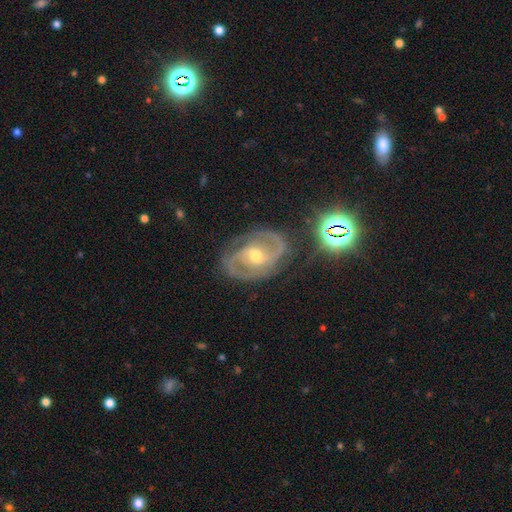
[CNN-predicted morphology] Overall: featured or disk (85%). Edge-on disk: no (96%). Bar: weak (42%; no 34%). Spiral arms: yes (96%). Spiral arm count: 2 (79%). Spiral winding: tight (45%, tied with medium). Bulge size: moderate (56%; small 39%). Merging: none (77%).